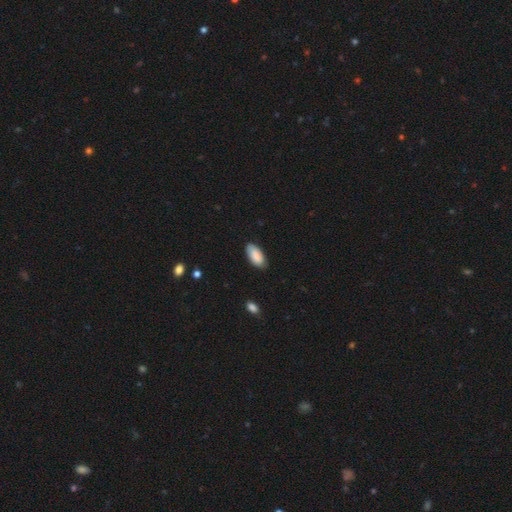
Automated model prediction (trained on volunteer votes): This is clearly a smooth galaxy (87%). How rounded: clearly in between (92%). Merging: clearly none (83%).